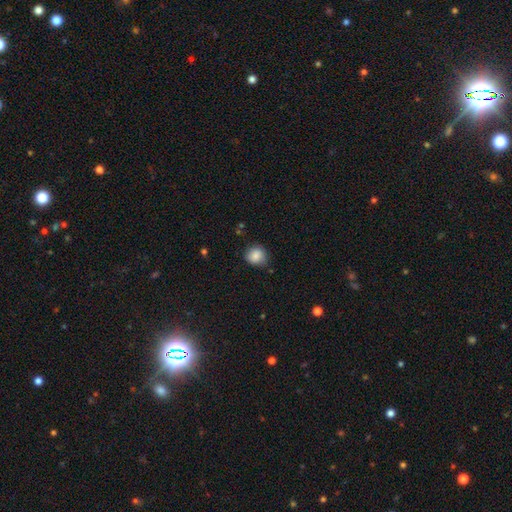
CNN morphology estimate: Smooth or featured?
  - smooth: 85% *
  - star or artifact: 9%
  - featured or disk: 6%
How rounded?
  - round: 79% *
  - in between: 20%
  - cigar-shaped: 1%
Merging?
  - none: 73% *
  - minor disturbance: 21%
  - major disturbance: 4%
  - merger: 2%